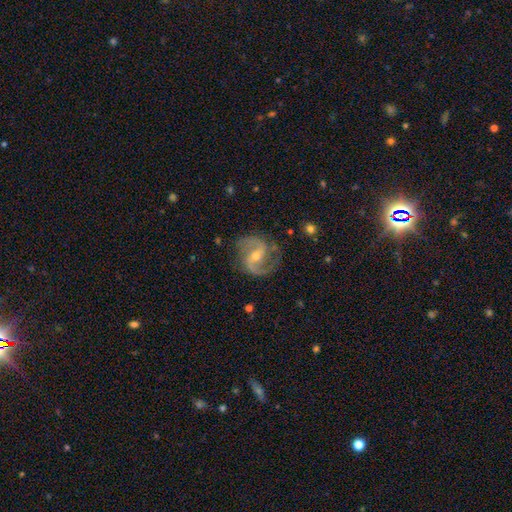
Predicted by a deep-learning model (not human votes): Q: Smooth or featured?
A: featured or disk (90%); runner-up: star or artifact (5%)
Q: Edge-on disk?
A: no (98%); runner-up: yes (2%)
Q: Bar?
A: weak (46%); runner-up: no (30%)
Q: Spiral arms?
A: yes (97%); runner-up: no (3%)
Q: Spiral winding?
A: medium (54%); runner-up: loose (33%)
Q: Spiral arm count?
A: 2 (92%); runner-up: can't tell (2%)
Q: Bulge size?
A: moderate (52%); runner-up: small (44%)
Q: Merging?
A: none (77%); runner-up: minor disturbance (15%)